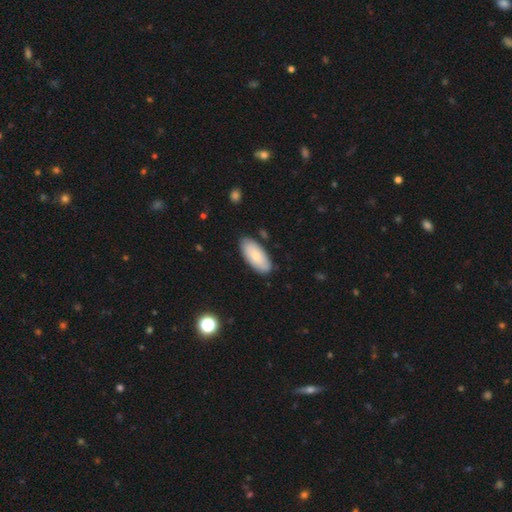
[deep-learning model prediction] Smooth or featured? smooth (75%)
How rounded? in between (90%)
Merging? none (83%)